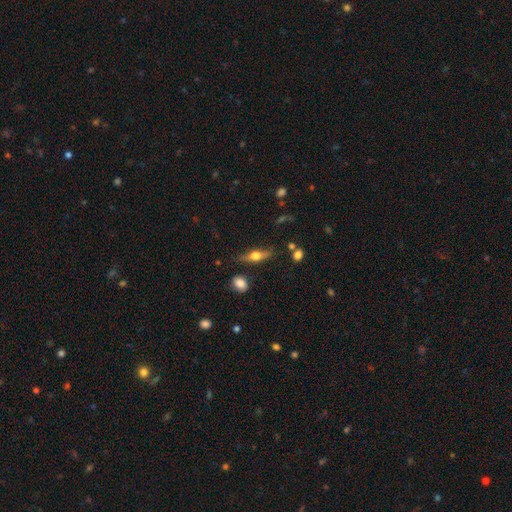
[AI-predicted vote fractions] featured or disk 50%, smooth 43%, star or artifact 8%. Down the decision tree: merging — none (77%).